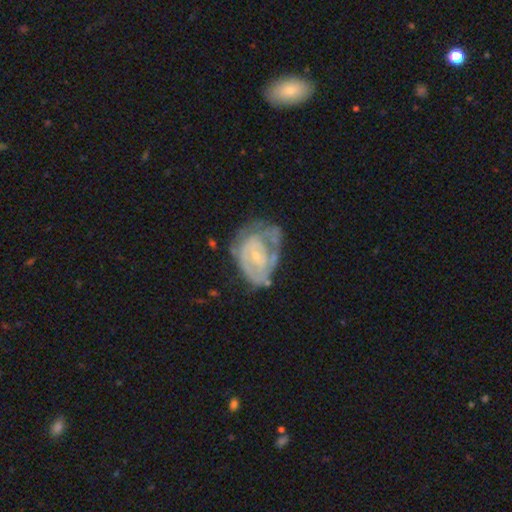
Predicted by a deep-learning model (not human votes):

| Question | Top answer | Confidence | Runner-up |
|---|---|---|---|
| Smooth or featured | featured or disk | 76% | smooth (17%) |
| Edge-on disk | no | 97% | yes (3%) |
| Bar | no | 54% | weak (37%) |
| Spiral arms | yes | 75% | no (25%) |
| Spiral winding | tight | 60% | medium (30%) |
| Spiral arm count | can't tell | 45% | 2 (32%) |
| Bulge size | small | 68% | moderate (22%) |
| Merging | none | 45% | minor disturbance (28%) |